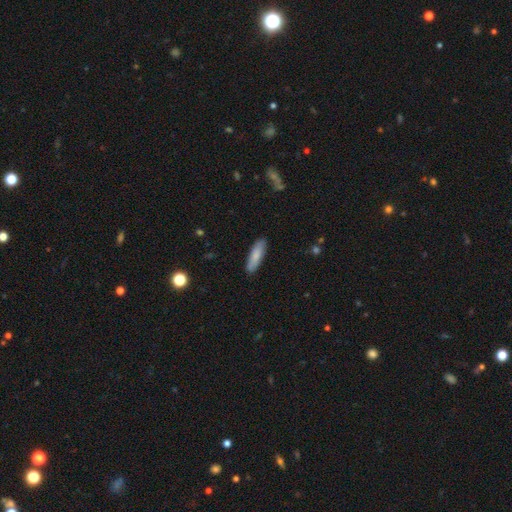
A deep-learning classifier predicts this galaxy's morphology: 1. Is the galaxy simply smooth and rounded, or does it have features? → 81% smooth, 13% featured or disk, 6% star or artifact.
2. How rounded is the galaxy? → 53% cigar-shaped, 45% in between, 2% round.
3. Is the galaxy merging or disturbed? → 86% none, 11% minor disturbance, 2% major disturbance, 1% merger.